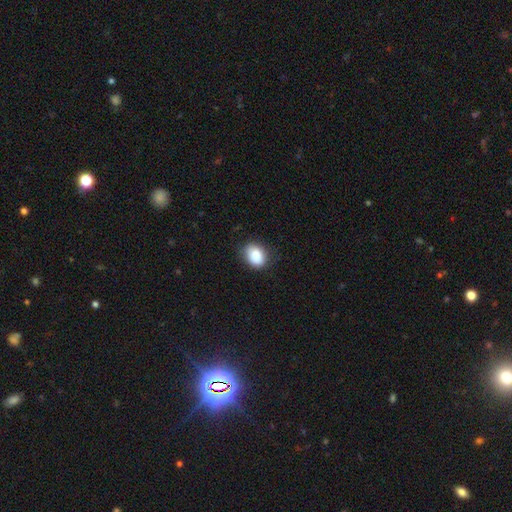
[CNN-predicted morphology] The model was most divided on "how rounded": in between: 69%, round: 30%, cigar-shaped: 1%. More confident: smooth or featured — smooth (87%); merging — none (79%).